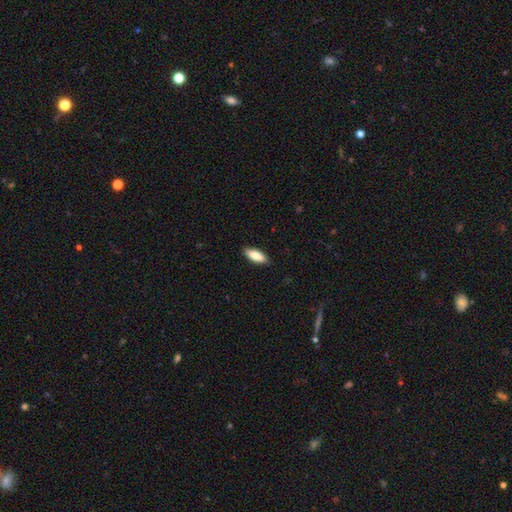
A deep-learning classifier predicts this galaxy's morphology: Smooth or featured: smooth — 85% (featured or disk — 9%)
How rounded: in between — 75% (cigar-shaped — 23%)
Merging: none — 89% (minor disturbance — 8%)